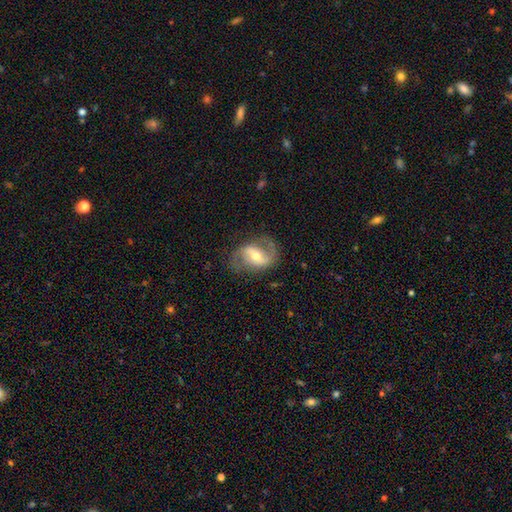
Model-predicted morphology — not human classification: This is clearly a featured or disk galaxy (84%). It is clearly not viewed edge-on (97%). Bar: possibly weak (45%). Spiral arm pattern: clearly yes (94%). Spiral arm count: clearly 2 (85%). Spiral winding: possibly medium (47%). Central bulge: possibly moderate (60%). Merging: likely none (73%).